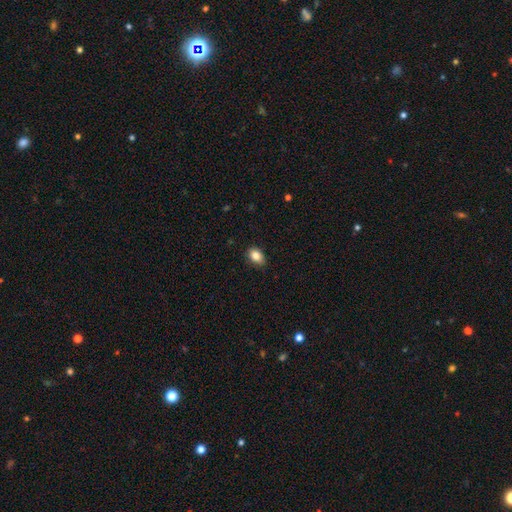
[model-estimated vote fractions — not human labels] This appears to be a smooth galaxy with no disk features (85%) that is in between round and cigar-shaped (81%). Merging: none (83%).